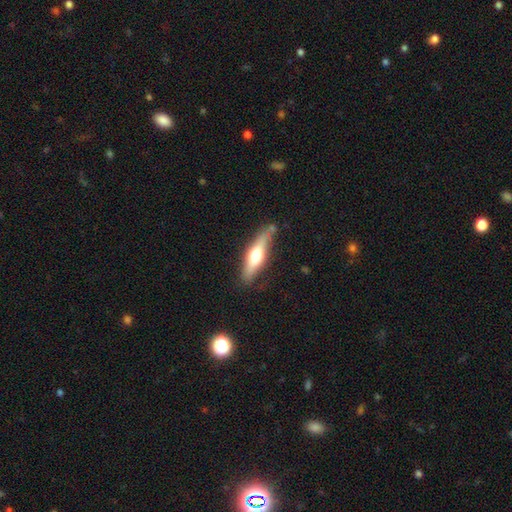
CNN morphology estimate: The model was most divided on "smooth or featured": featured or disk: 50%, smooth: 45%, star or artifact: 5%. More confident: merging — none (75%).